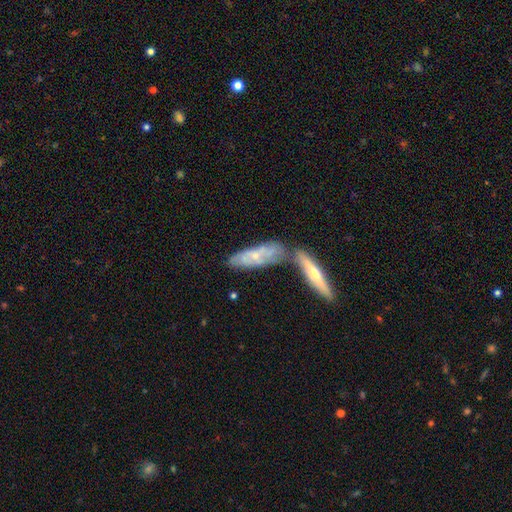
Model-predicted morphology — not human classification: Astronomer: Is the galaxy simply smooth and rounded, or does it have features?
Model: featured or disk — 59% (runner-up: smooth, 35%).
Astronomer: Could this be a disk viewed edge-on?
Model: no — 57% (runner-up: yes, 43%).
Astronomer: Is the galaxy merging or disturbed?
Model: none — 46% (runner-up: merger, 32%).